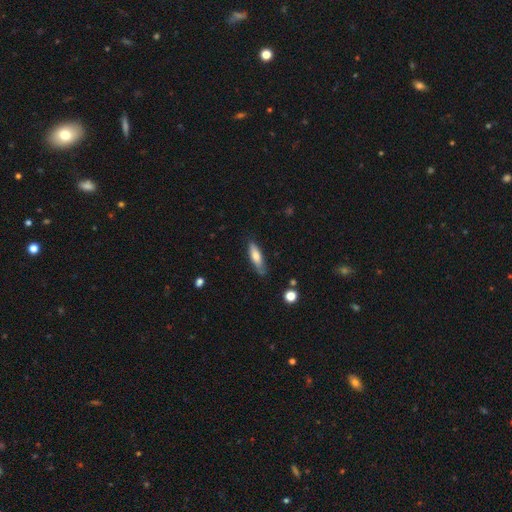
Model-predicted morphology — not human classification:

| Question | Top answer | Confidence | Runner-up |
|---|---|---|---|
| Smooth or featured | smooth | 68% | featured or disk (25%) |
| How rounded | cigar-shaped | 59% | in between (39%) |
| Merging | none | 73% | minor disturbance (21%) |